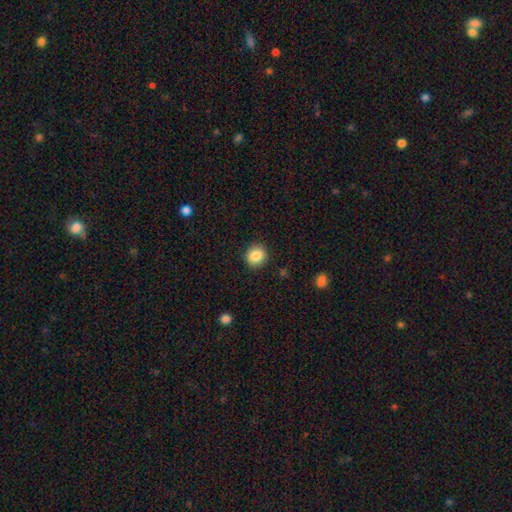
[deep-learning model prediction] smooth 86%, star or artifact 9%, featured or disk 5%. Down the decision tree: how rounded — round (81%); merging — none (90%).